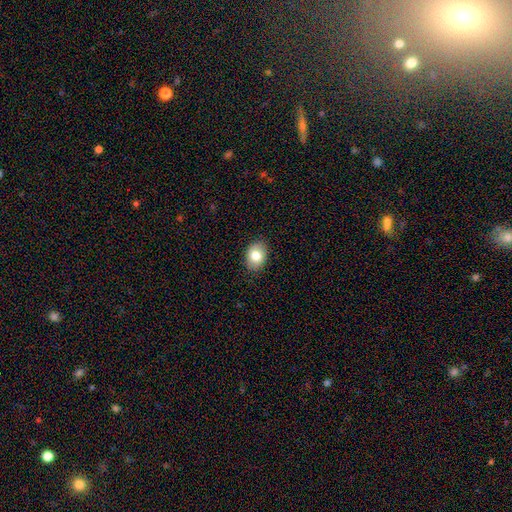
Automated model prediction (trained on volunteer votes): Smooth or featured?
  - smooth: 81% *
  - featured or disk: 11%
  - star or artifact: 8%
How rounded?
  - in between: 73% *
  - round: 26%
  - cigar-shaped: 1%
Merging?
  - none: 88% *
  - minor disturbance: 9%
  - major disturbance: 2%
  - merger: 1%